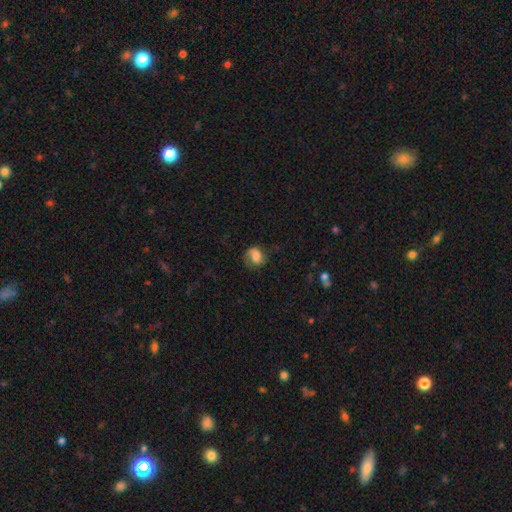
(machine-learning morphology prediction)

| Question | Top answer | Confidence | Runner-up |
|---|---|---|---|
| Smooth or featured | smooth | 55% | featured or disk (35%) |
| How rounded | round | 57% | in between (42%) |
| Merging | none | 59% | minor disturbance (25%) |